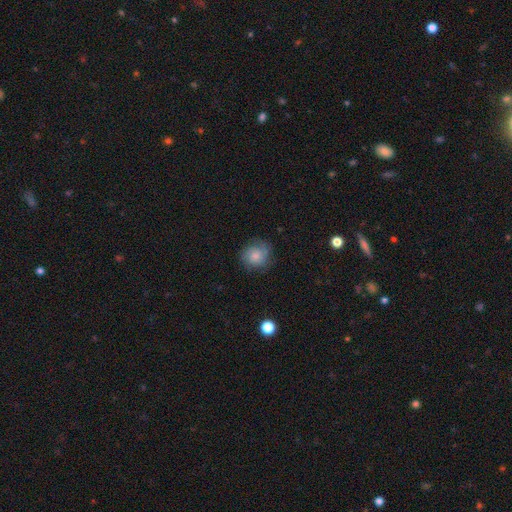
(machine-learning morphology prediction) Smooth or featured: smooth — 57% (featured or disk — 34%)
How rounded: round — 79% (in between — 20%)
Merging: none — 70% (minor disturbance — 20%)